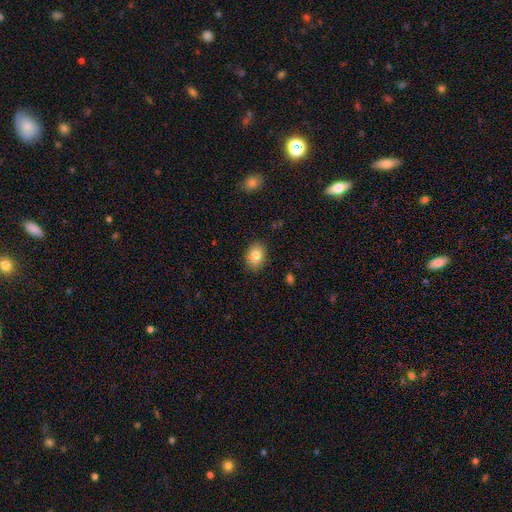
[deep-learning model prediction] The model was most divided on "how rounded": in between: 68%, round: 31%, cigar-shaped: 1%. More confident: merging — none (88%); smooth or featured — smooth (83%).